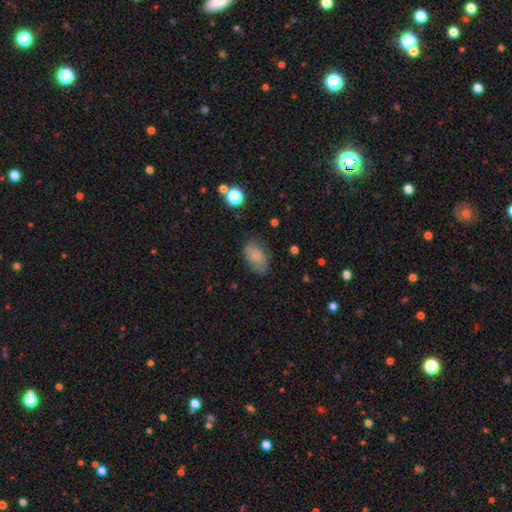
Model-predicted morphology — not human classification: Smooth or featured? Predicted: smooth (p=0.77). How rounded? Predicted: in between (p=0.90). Merging? Predicted: none (p=0.73).